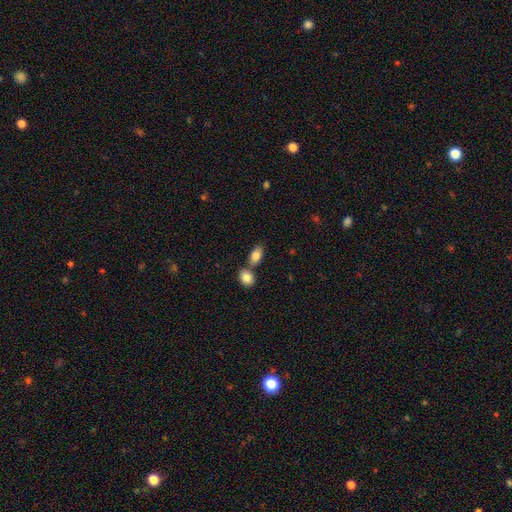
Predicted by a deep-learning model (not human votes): smooth_or_featured: smooth (p=0.85) [alt: featured or disk p=0.08]
how_rounded: in between (p=0.88) [alt: round p=0.09]
merging: none (p=0.53) [alt: merger p=0.34]